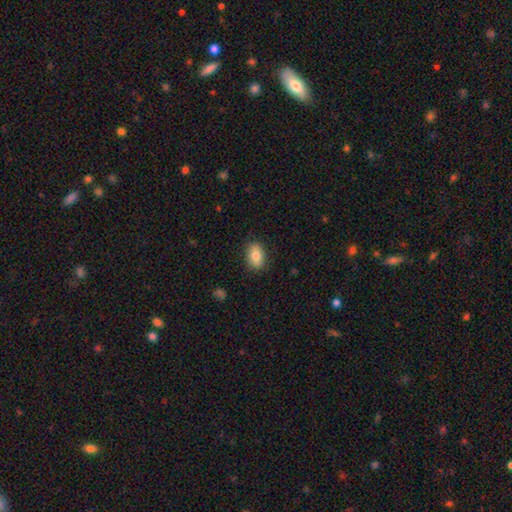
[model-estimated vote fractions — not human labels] Morphology: type=smooth (82%); roundness=in between (85%); merging=none (86%).